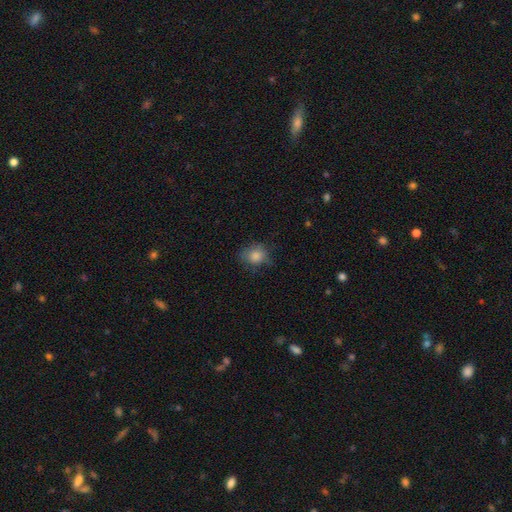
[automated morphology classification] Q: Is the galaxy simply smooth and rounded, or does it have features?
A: smooth — 80%.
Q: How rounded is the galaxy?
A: round — 60%.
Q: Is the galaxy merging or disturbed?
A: none — 66%.